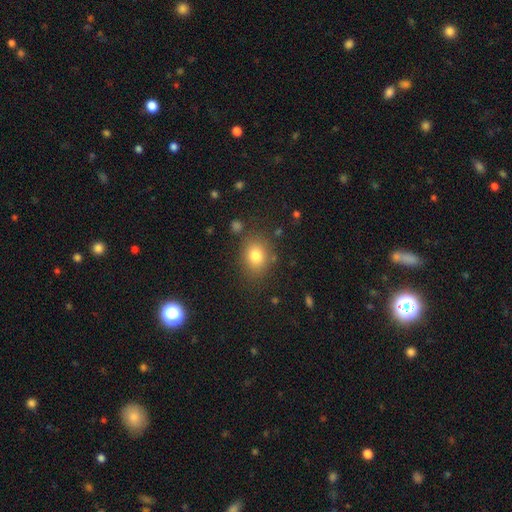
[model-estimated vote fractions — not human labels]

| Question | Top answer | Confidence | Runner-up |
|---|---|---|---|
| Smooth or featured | smooth | 79% | star or artifact (12%) |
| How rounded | in between | 52% | round (47%) |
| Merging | none | 80% | minor disturbance (12%) |